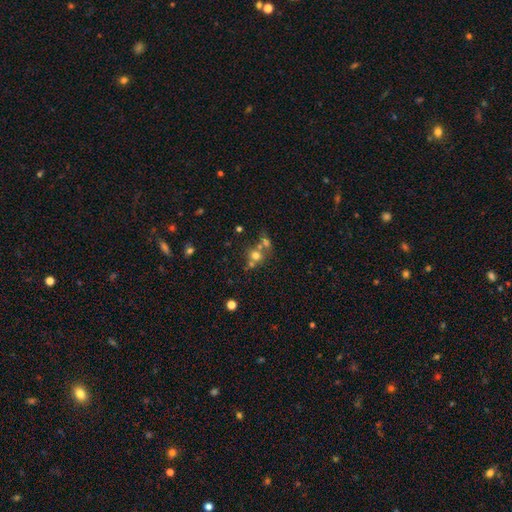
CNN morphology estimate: type=smooth (63%); roundness=round (82%); merging=none (45%).